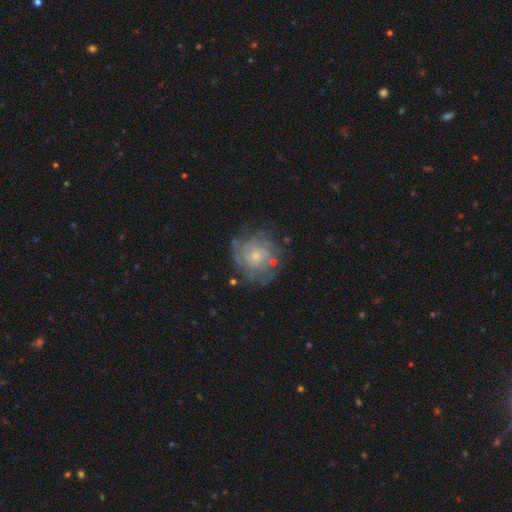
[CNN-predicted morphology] type=featured or disk (71%); edge-on=no (98%); bar=no (82%); spiral arms=yes (82%); winding=tight (62%); arm count=can't tell (50%); bulge=small (76%); merging=none (68%).